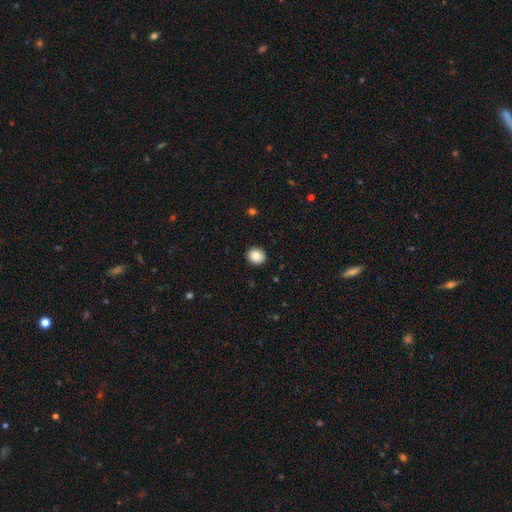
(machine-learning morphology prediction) A smooth galaxy with no disk features (83%) that is round (82%).

Vote fractions:
- Smooth or featured? smooth: 83% / star or artifact: 9% / featured or disk: 8%
- How rounded? round: 82% / in between: 17% / cigar-shaped: 1%
- Merging? none: 90% / minor disturbance: 7% / major disturbance: 2% / merger: 1%